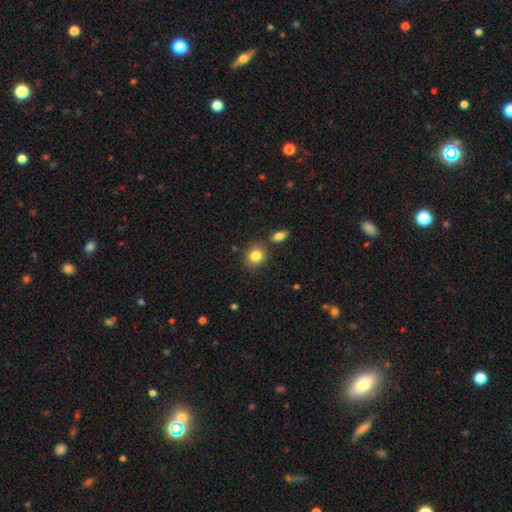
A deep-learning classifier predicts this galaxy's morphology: A smooth galaxy with no disk features (83%) that is round (74%).

Vote fractions:
- Smooth or featured? smooth: 83% / star or artifact: 9% / featured or disk: 7%
- How rounded? round: 74% / in between: 25% / cigar-shaped: 1%
- Merging? none: 78% / minor disturbance: 10% / merger: 9% / major disturbance: 3%